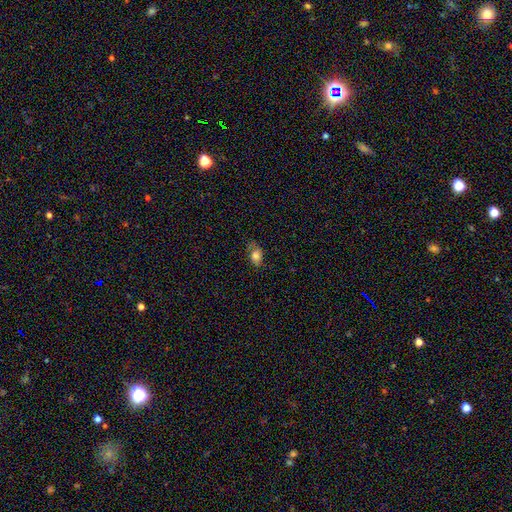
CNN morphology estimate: A smooth galaxy with no disk features (74%) that is in between round and cigar-shaped (78%).

Vote fractions:
- Smooth or featured? smooth: 74% / featured or disk: 15% / star or artifact: 10%
- How rounded? in between: 78% / round: 20% / cigar-shaped: 2%
- Merging? none: 61% / minor disturbance: 27% / major disturbance: 10% / merger: 1%